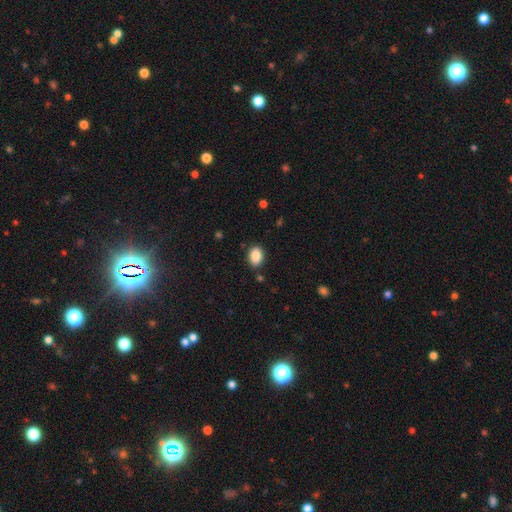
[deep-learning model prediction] Smooth or featured?
  - smooth: 87% *
  - star or artifact: 8%
  - featured or disk: 5%
How rounded?
  - in between: 81% *
  - round: 18%
  - cigar-shaped: 1%
Merging?
  - none: 86% *
  - minor disturbance: 9%
  - major disturbance: 2%
  - merger: 2%